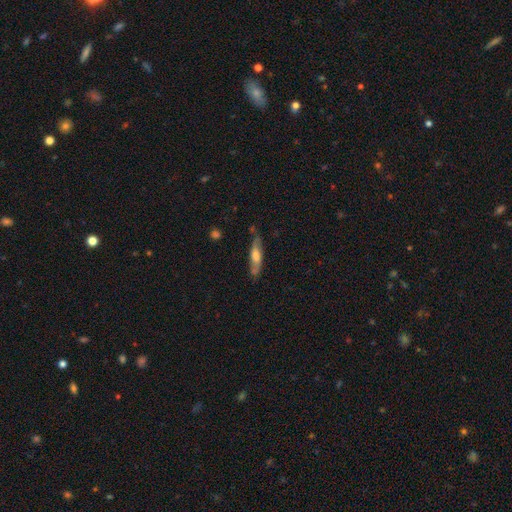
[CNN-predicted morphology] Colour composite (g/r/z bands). It shows a smooth galaxy with no disk features (49%). Merging: none (69%).